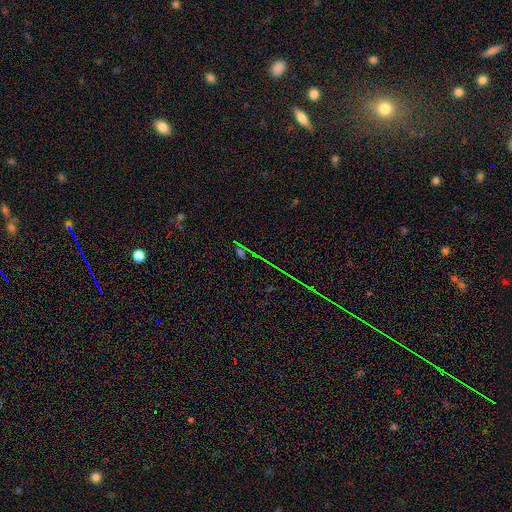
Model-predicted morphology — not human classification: type=star or artifact (69%).